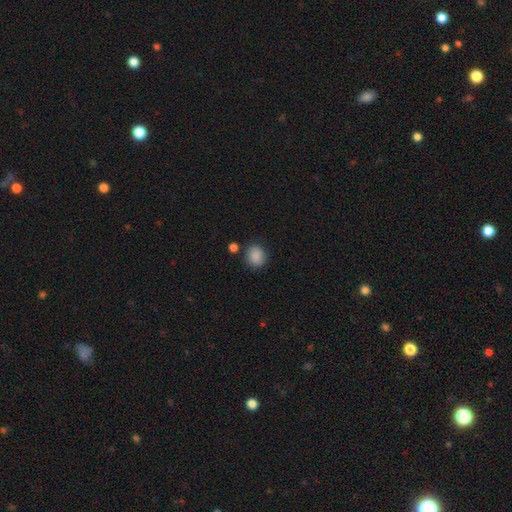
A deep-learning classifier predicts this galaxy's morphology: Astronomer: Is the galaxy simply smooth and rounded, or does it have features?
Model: smooth — 86%.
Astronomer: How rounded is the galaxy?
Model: round — 77%.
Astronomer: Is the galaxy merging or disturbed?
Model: none — 79%.